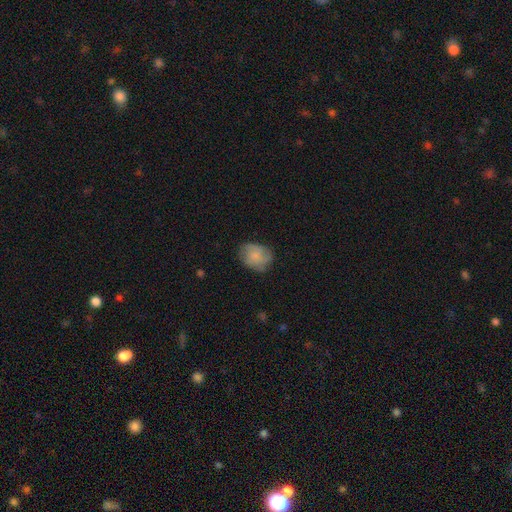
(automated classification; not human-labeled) A smooth galaxy with no disk features (70%) that is in between round and cigar-shaped (55%). Merging: none (69%).